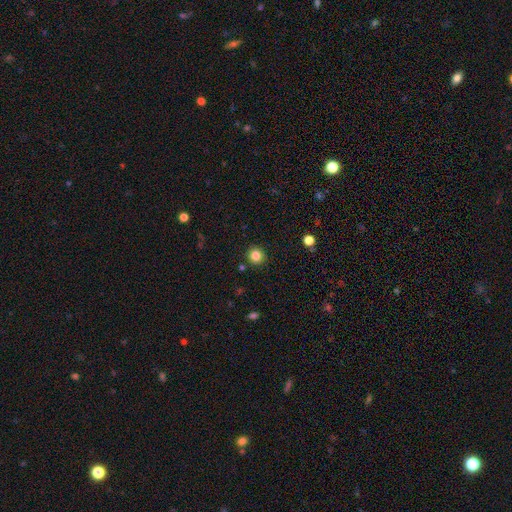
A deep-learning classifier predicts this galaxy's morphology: The model was most divided on "smooth or featured": smooth: 84%, star or artifact: 11%, featured or disk: 4%. More confident: how rounded — round (93%); merging — none (90%).